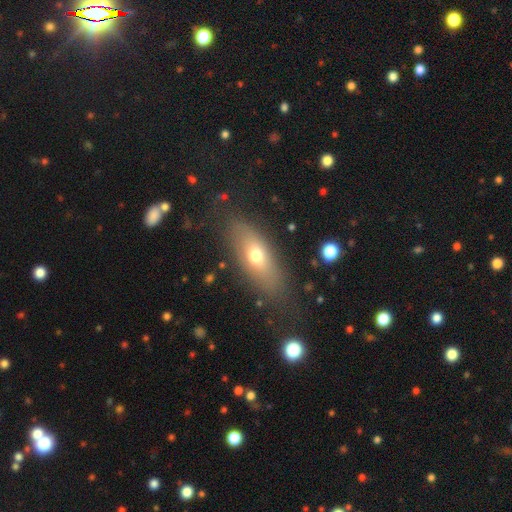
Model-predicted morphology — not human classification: smooth-or-featured: smooth: 64% | featured or disk: 26% | star or artifact: 10%
  how-rounded: in between: 68% | cigar-shaped: 25% | round: 7%
  merging: none: 79% | minor disturbance: 13% | major disturbance: 7% | merger: 2%